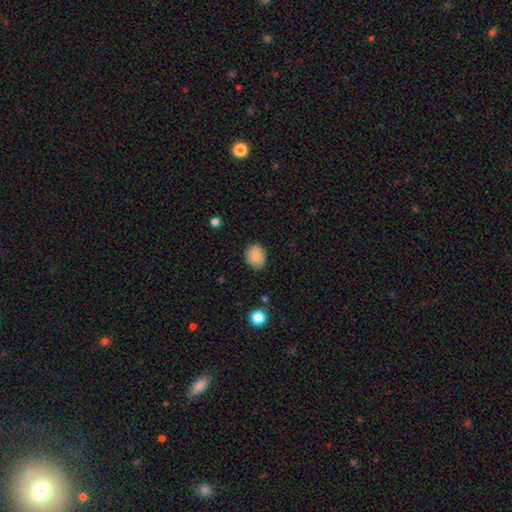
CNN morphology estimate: A smooth galaxy with no disk features (86%) that is in between round and cigar-shaped (52%).

Vote fractions:
- Smooth or featured? smooth: 86% / star or artifact: 8% / featured or disk: 6%
- How rounded? in between: 52% / round: 47% / cigar-shaped: 1%
- Merging? none: 77% / minor disturbance: 18% / major disturbance: 3% / merger: 1%